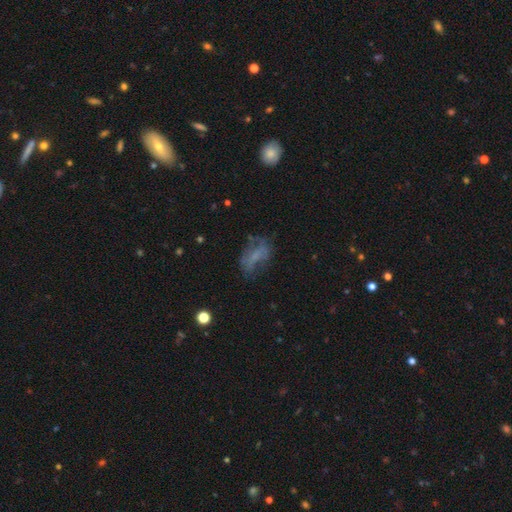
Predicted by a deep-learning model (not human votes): A featured or disk galaxy (43%).

Vote fractions:
- Smooth or featured? featured or disk: 43% / smooth: 41% / star or artifact: 16%
- Merging? none: 46% / major disturbance: 26% / minor disturbance: 24% / merger: 4%